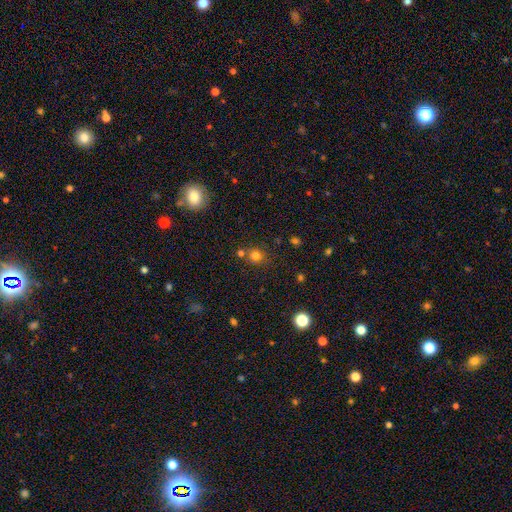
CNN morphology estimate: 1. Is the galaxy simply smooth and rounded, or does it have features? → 76% smooth, 17% star or artifact, 7% featured or disk.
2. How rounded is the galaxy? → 87% round, 12% in between, 1% cigar-shaped.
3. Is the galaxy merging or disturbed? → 71% none, 17% merger, 9% minor disturbance, 3% major disturbance.